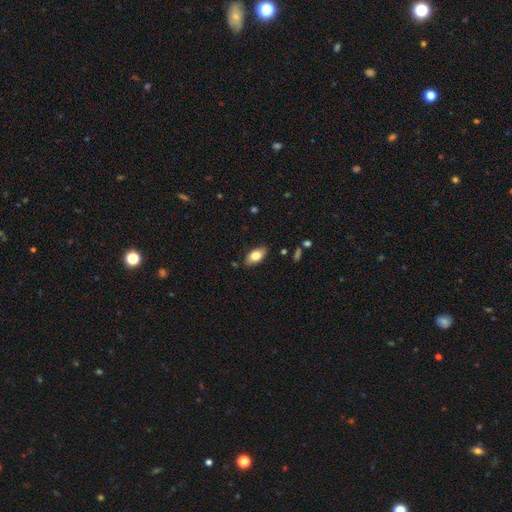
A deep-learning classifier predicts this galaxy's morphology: Smooth or featured: smooth — 78% (featured or disk — 15%)
How rounded: in between — 91% (round — 5%)
Merging: none — 84% (minor disturbance — 13%)